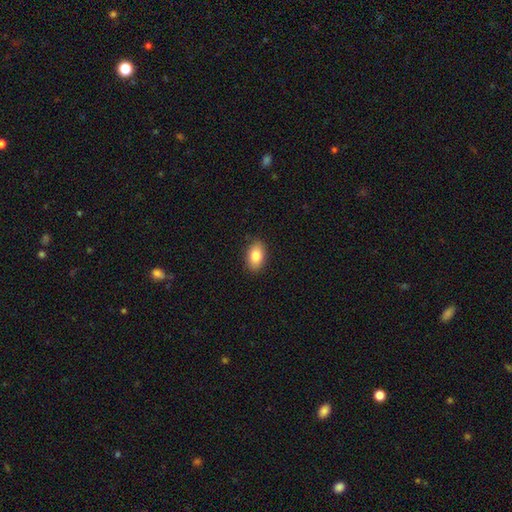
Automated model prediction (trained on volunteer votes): The model was most divided on "smooth or featured": smooth: 83%, featured or disk: 9%, star or artifact: 8%. More confident: how rounded — in between (89%); merging — none (88%).